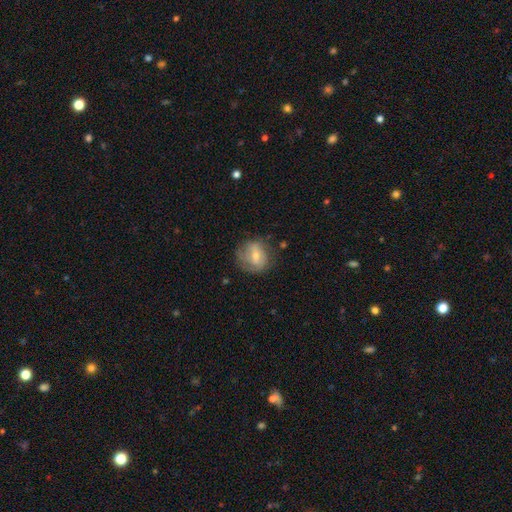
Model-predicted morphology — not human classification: Smooth or featured?
  - featured or disk: 47% *
  - smooth: 46%
  - star or artifact: 8%
Merging?
  - none: 64% *
  - minor disturbance: 23%
  - major disturbance: 11%
  - merger: 2%